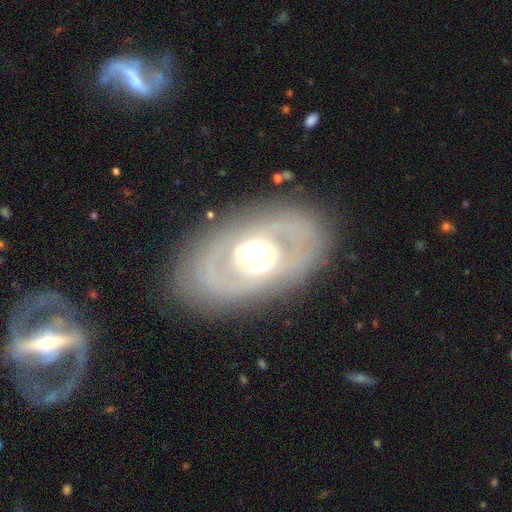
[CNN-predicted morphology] type=featured or disk (72%); edge-on=no (92%); bar=no (62%); spiral arms=no (56%); bulge=moderate (52%); merging=none (80%).